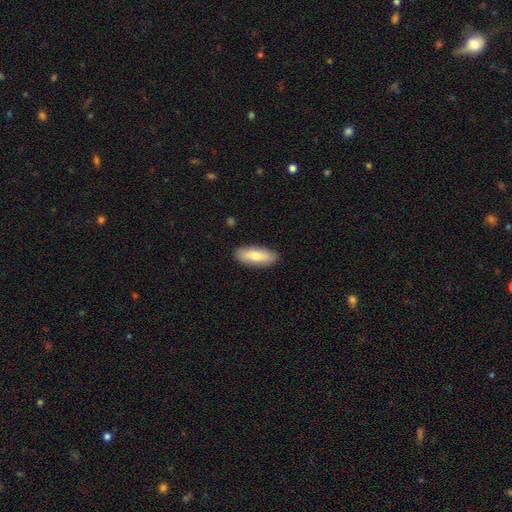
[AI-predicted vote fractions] This appears to be a smooth galaxy with no disk features (74%) that is in between round and cigar-shaped (70%). Merging: none (88%).